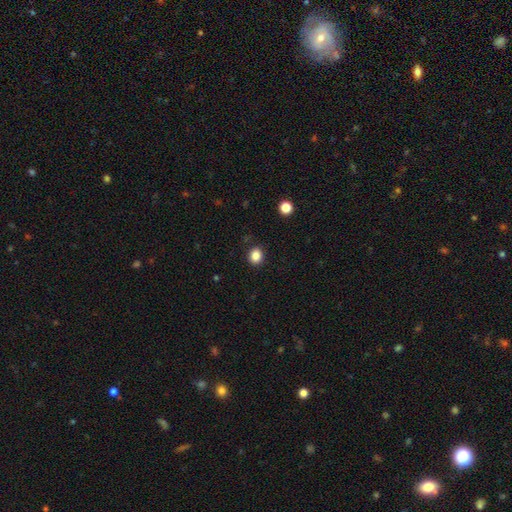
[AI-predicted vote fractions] Smooth or featured? Predicted: smooth (p=0.86). How rounded? Predicted: round (p=0.70). Merging? Predicted: none (p=0.90).